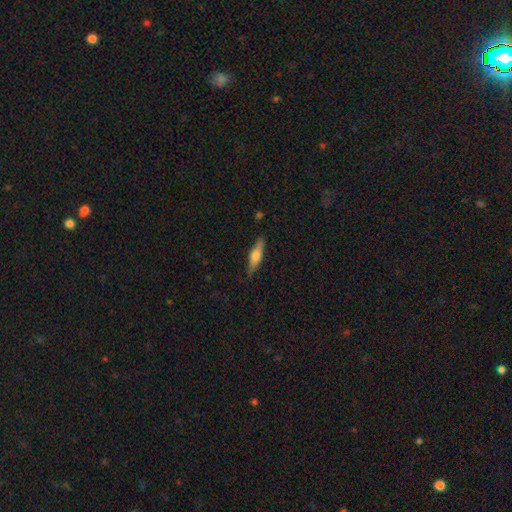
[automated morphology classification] Smooth or featured: smooth — 51% (featured or disk — 43%)
How rounded: cigar-shaped — 69% (in between — 28%)
Merging: none — 85% (minor disturbance — 12%)